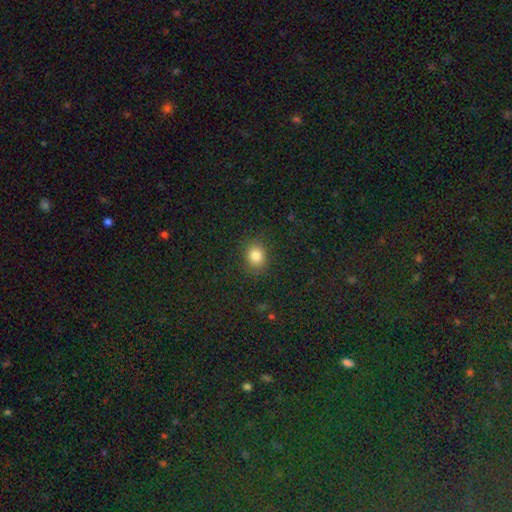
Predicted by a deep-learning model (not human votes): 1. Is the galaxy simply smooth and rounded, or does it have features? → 84% smooth, 11% star or artifact, 5% featured or disk.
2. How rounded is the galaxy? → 67% round, 32% in between, 1% cigar-shaped.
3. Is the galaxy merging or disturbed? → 86% none, 9% minor disturbance, 4% major disturbance, 1% merger.